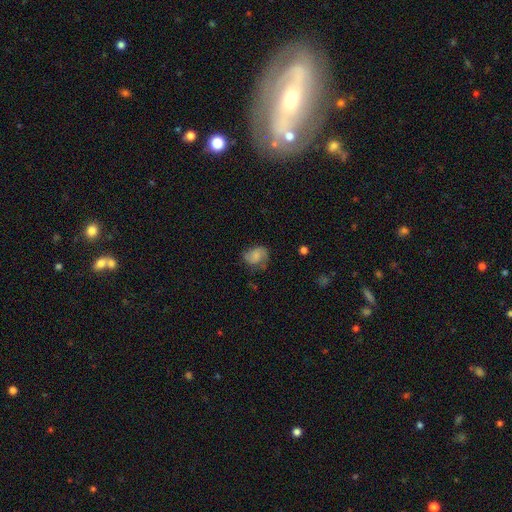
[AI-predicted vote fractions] Smooth or featured: smooth — 52% (featured or disk — 39%)
How rounded: in between — 50% (round — 49%)
Merging: none — 58% (minor disturbance — 28%)